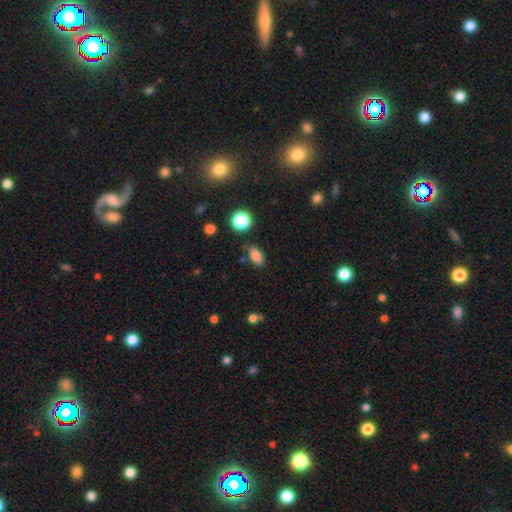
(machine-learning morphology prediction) This is clearly a smooth galaxy (82%). How rounded: clearly in between (87%). Merging: clearly none (81%).